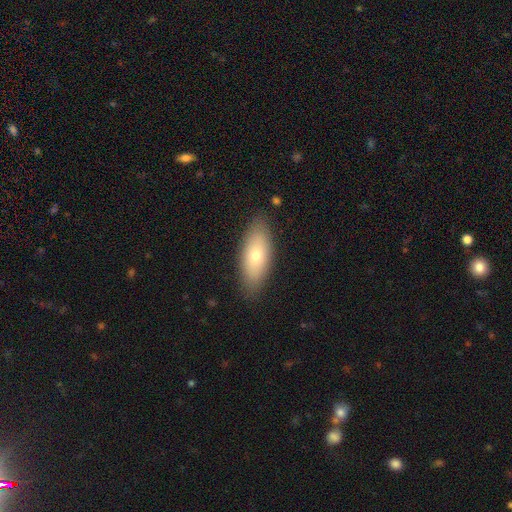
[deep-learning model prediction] Morphology: type=smooth (68%); roundness=in between (78%); merging=none (85%).